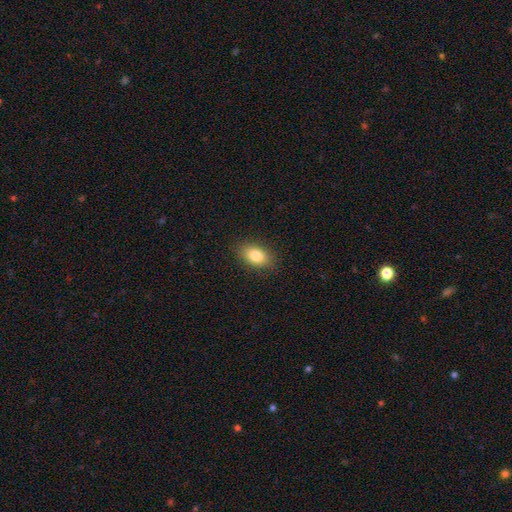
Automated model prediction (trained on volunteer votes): Morphology: type=smooth (83%); roundness=in between (88%); merging=none (87%).